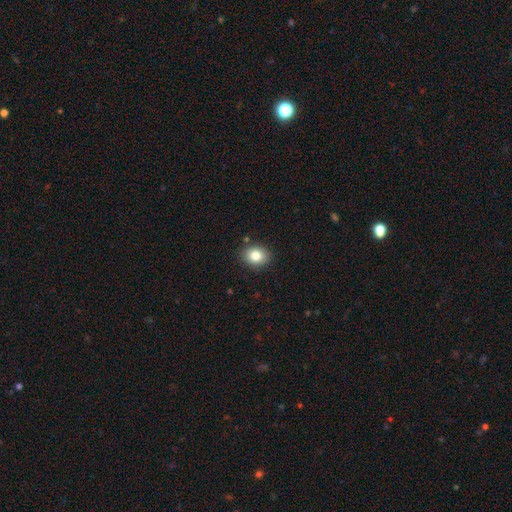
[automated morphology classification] Smooth or featured: smooth — 82% (star or artifact — 10%)
How rounded: round — 57% (in between — 42%)
Merging: none — 88% (minor disturbance — 8%)